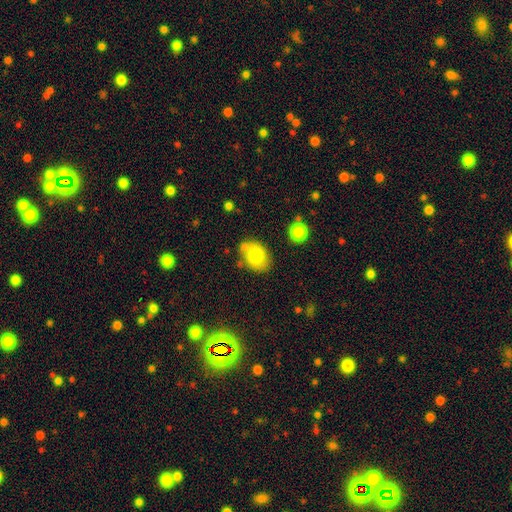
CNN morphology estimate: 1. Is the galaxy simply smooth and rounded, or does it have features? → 71% smooth, 21% featured or disk, 8% star or artifact.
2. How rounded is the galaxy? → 73% in between, 25% round, 1% cigar-shaped.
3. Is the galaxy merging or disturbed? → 65% none, 21% minor disturbance, 9% merger, 5% major disturbance.